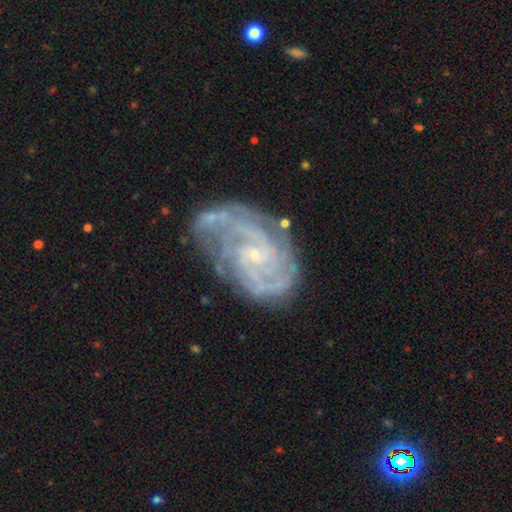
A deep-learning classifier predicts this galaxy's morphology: Smooth or featured? featured or disk (89%)
Edge-on disk? no (97%)
Bar? no (60%)
Spiral arms? yes (97%)
Spiral winding? tight (54%)
Spiral arm count? 2 (38%)
Bulge size? small (85%)
Merging? none (63%)